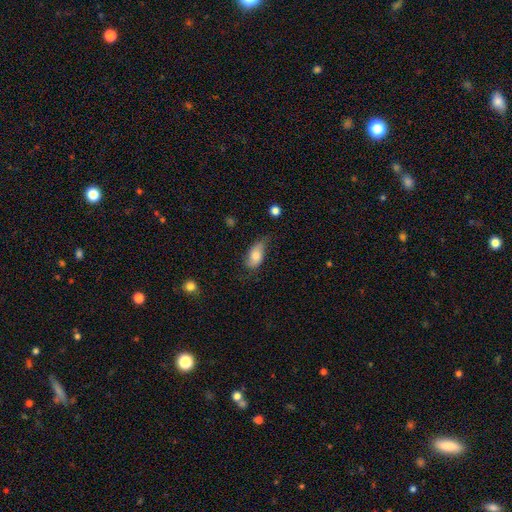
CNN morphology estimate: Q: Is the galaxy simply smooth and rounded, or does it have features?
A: smooth — 74%.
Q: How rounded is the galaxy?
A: in between — 91%.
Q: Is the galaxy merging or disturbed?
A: none — 51%.